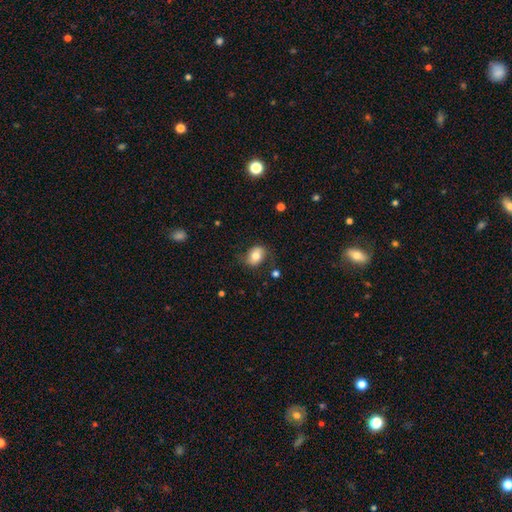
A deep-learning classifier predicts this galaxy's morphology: Overall: smooth (72%). How rounded: in between (68%; round 31%). Merging: none (73%).